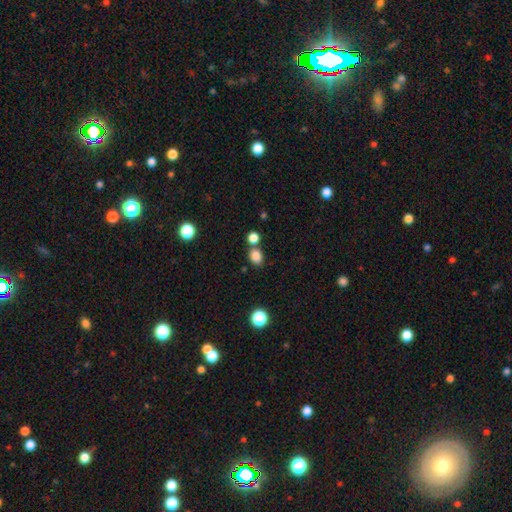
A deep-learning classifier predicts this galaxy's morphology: Q: Smooth or featured?
A: smooth (83%); runner-up: star or artifact (12%)
Q: How rounded?
A: round (50%); runner-up: in between (49%)
Q: Merging?
A: none (65%); runner-up: merger (22%)